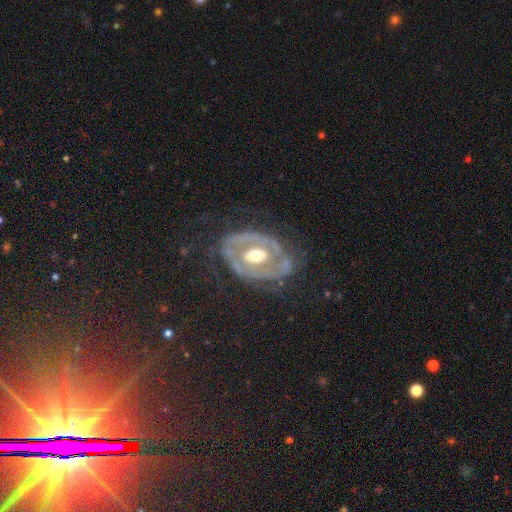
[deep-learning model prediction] featured or disk 79%, smooth 15%, star or artifact 6%. Down the decision tree: edge-on disk — no (95%); bar — no (56%); spiral arms — yes (59%); bulge size — moderate (74%); merging — none (55%).